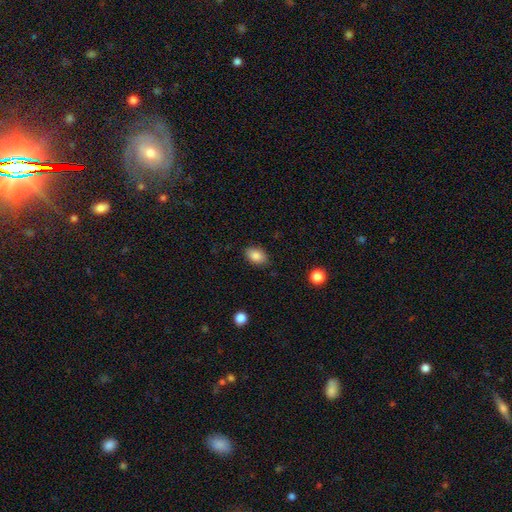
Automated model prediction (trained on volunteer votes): smooth-or-featured: smooth: 86% | star or artifact: 8% | featured or disk: 6%
  how-rounded: in between: 86% | round: 13% | cigar-shaped: 1%
  merging: none: 85% | minor disturbance: 11% | major disturbance: 3% | merger: 1%